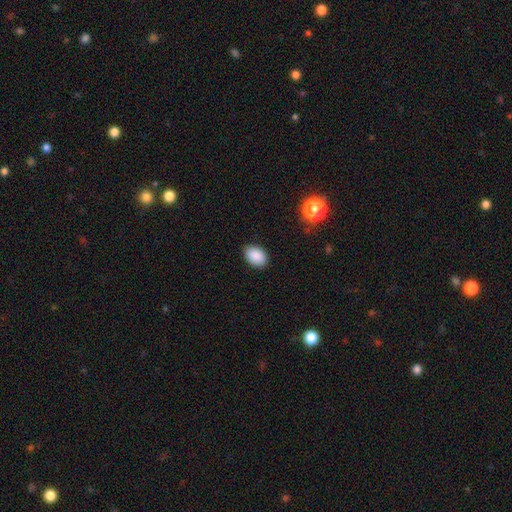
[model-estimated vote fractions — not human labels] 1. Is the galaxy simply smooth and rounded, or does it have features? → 89% smooth, 8% star or artifact, 4% featured or disk.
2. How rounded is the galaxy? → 85% in between, 14% round, 1% cigar-shaped.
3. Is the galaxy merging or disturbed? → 86% none, 11% minor disturbance, 2% major disturbance, 1% merger.